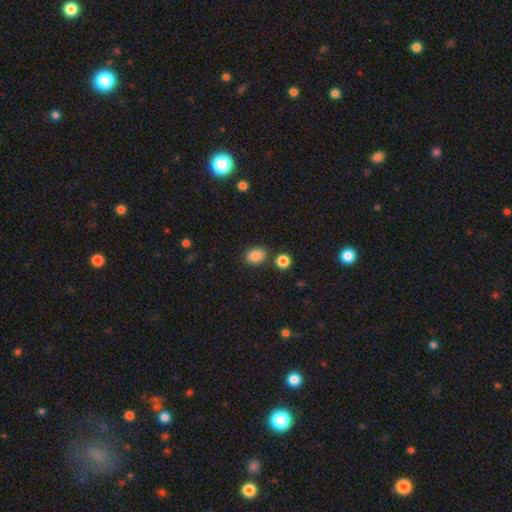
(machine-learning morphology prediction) Smooth or featured? Predicted: smooth (p=0.86). How rounded? Predicted: in between (p=0.70). Merging? Predicted: none (p=0.78).